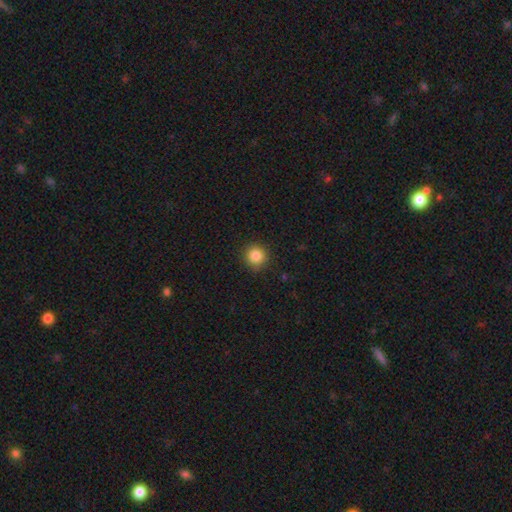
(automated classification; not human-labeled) This is clearly a smooth galaxy (85%). How rounded: clearly round (94%). Merging: clearly none (90%).